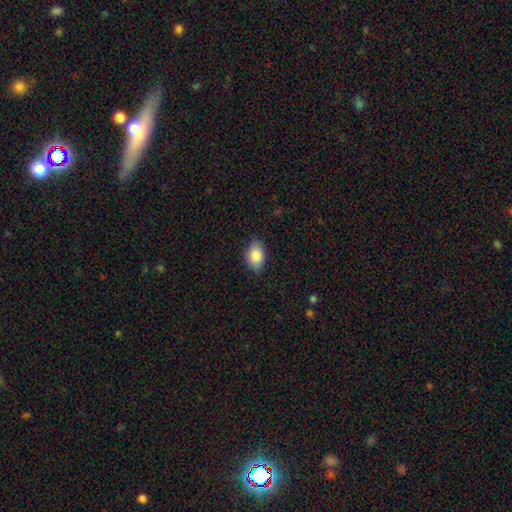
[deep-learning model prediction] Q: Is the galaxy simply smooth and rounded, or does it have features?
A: smooth — 87%.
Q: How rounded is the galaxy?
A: in between — 86%.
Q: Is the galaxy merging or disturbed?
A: none — 83%.